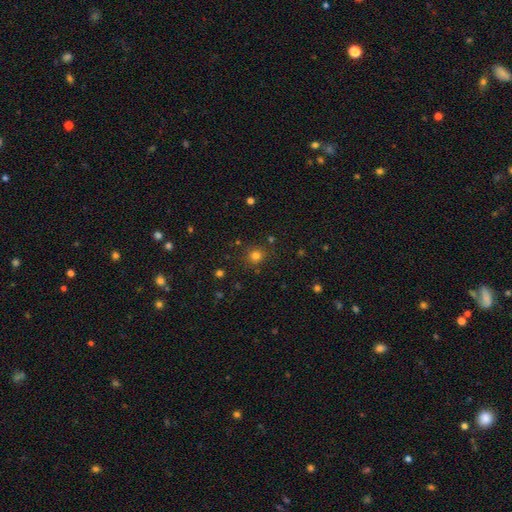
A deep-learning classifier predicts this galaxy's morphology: Overall: smooth (76%). How rounded: round (90%). Merging: none (85%).